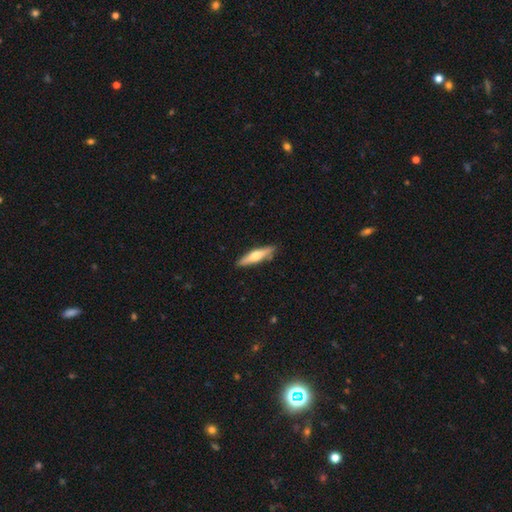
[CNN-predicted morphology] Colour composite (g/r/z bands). It shows a featured or disk galaxy (49%). Merging: none (87%).